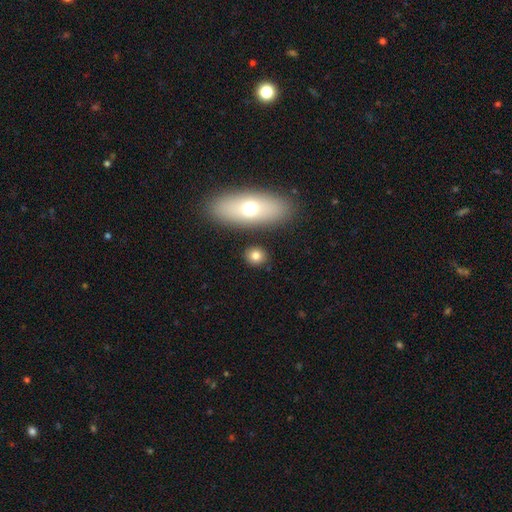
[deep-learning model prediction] Smooth or featured? smooth (77%)
How rounded? round (66%)
Merging? none (82%)